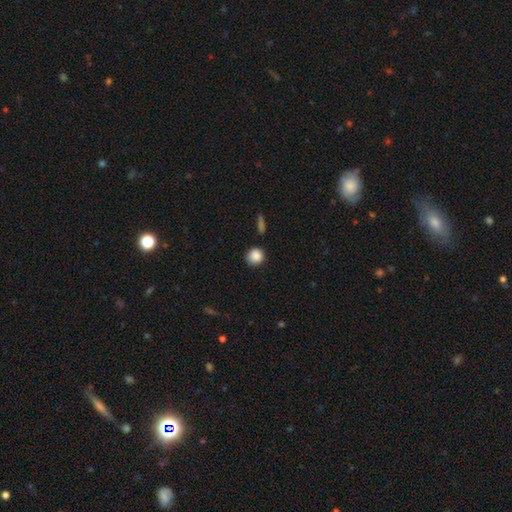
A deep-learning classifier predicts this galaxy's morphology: A smooth galaxy with no disk features (88%) that is round (89%).

Vote fractions:
- Smooth or featured? smooth: 88% / star or artifact: 9% / featured or disk: 4%
- How rounded? round: 89% / in between: 10% / cigar-shaped: 1%
- Merging? none: 84% / minor disturbance: 11% / merger: 3% / major disturbance: 2%